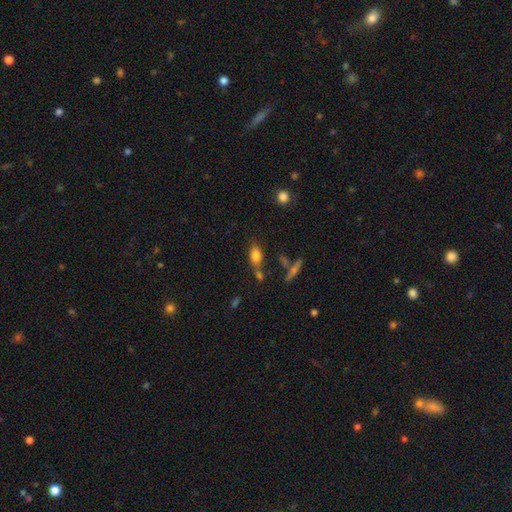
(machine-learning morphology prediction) Smooth or featured: smooth — 78% (featured or disk — 12%)
How rounded: in between — 85% (round — 9%)
Merging: none — 60% (minor disturbance — 17%)